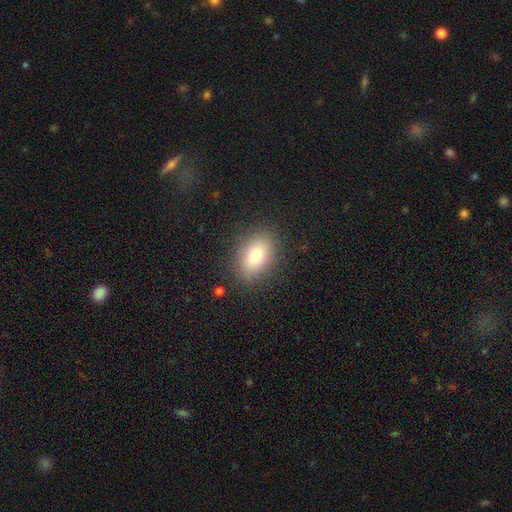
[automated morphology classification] type=smooth (82%); roundness=in between (88%); merging=none (86%).